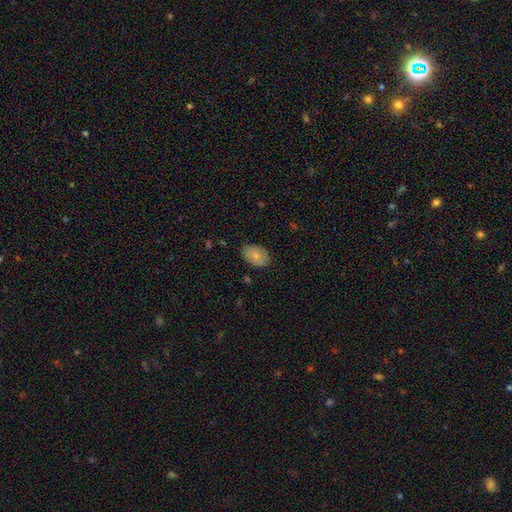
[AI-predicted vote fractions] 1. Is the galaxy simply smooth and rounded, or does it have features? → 77% smooth, 16% featured or disk, 7% star or artifact.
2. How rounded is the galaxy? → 84% in between, 15% round, 1% cigar-shaped.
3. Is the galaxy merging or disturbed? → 83% none, 14% minor disturbance, 2% major disturbance, 1% merger.